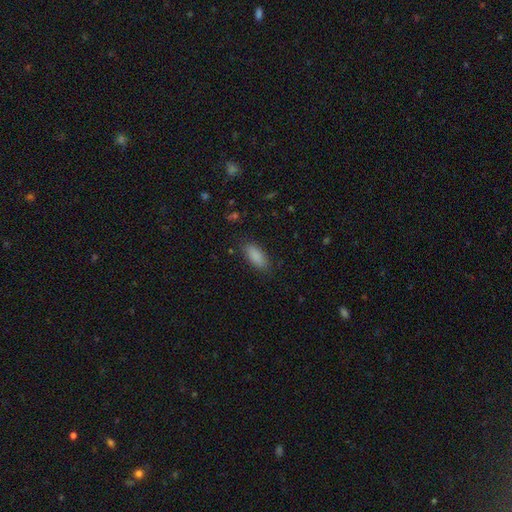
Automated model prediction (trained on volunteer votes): Smooth or featured: smooth — 89% (star or artifact — 7%)
How rounded: in between — 82% (cigar-shaped — 16%)
Merging: none — 85% (minor disturbance — 11%)